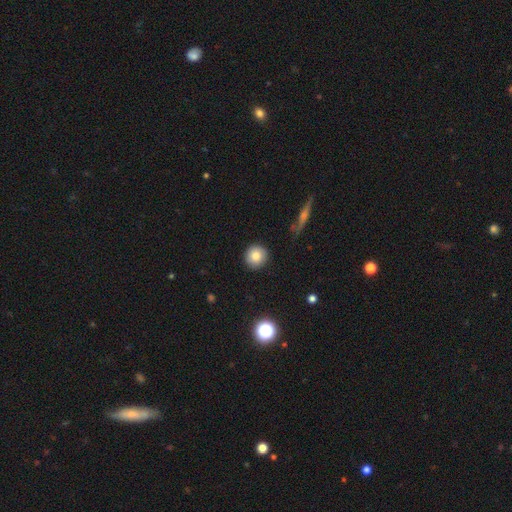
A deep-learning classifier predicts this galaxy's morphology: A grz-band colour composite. It shows a smooth galaxy with no disk features (82%) that is round (92%). Merging: none (90%).